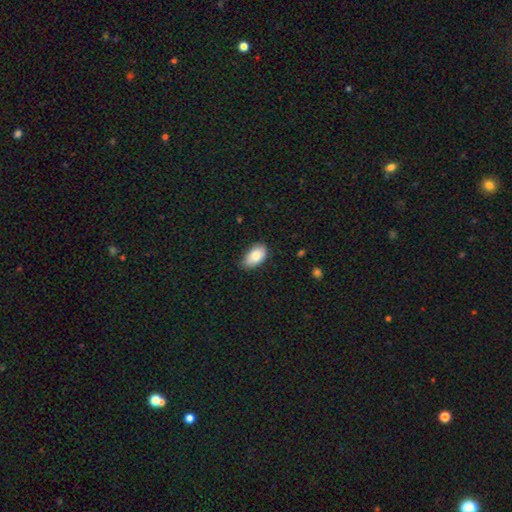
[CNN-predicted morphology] Overall: smooth (84%). How rounded: in between (93%). Merging: none (65%; minor disturbance 30%).